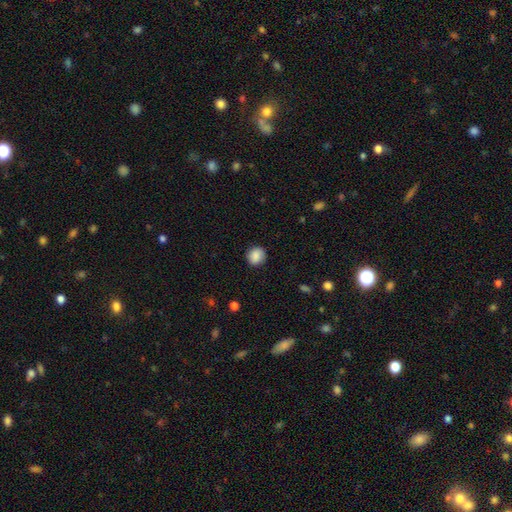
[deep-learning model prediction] Overall: smooth (88%). How rounded: round (83%). Merging: none (88%).